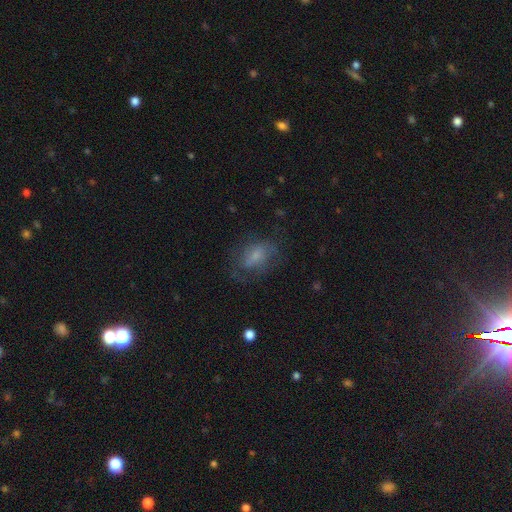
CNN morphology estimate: smooth-or-featured: smooth: 53% | featured or disk: 36% | star or artifact: 11%
  how-rounded: in between: 77% | round: 21% | cigar-shaped: 3%
  merging: none: 56% | minor disturbance: 23% | major disturbance: 19% | merger: 2%